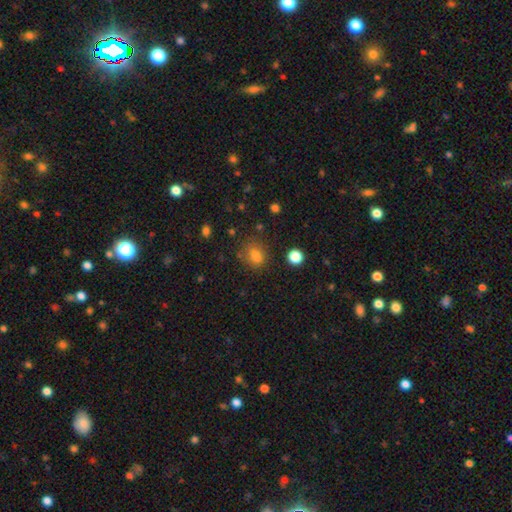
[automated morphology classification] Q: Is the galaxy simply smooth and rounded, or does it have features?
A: smooth — 75%.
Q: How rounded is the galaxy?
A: in between — 57%.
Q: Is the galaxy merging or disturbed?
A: none — 66%.